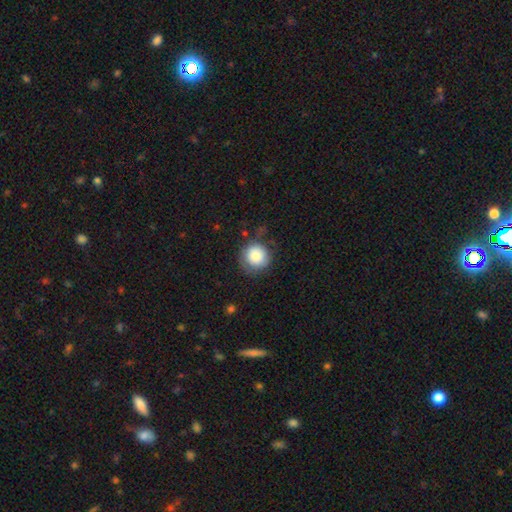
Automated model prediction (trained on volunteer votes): smooth-or-featured: smooth: 84% | featured or disk: 8% | star or artifact: 8%
  how-rounded: round: 92% | in between: 7% | cigar-shaped: 1%
  merging: none: 69% | minor disturbance: 20% | major disturbance: 8% | merger: 2%